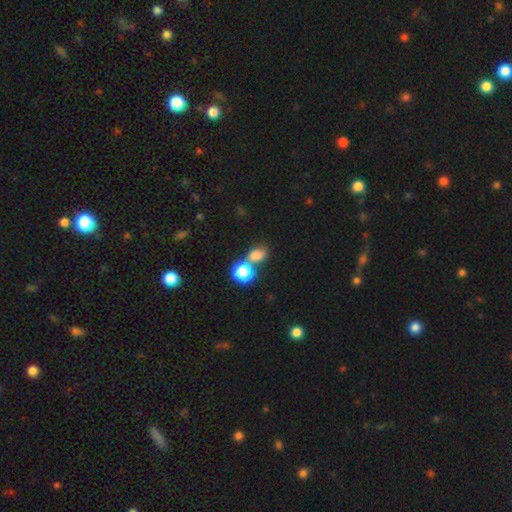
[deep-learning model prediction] The model was most divided on "merging": none: 44%, merger: 41%, minor disturbance: 10%, major disturbance: 5%. More confident: smooth or featured — smooth (77%); how rounded — in between (51%).